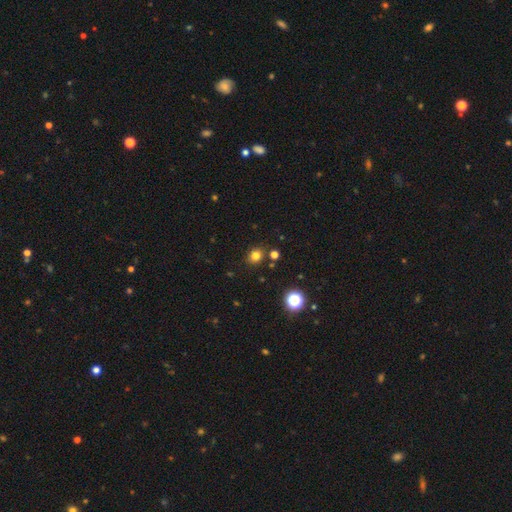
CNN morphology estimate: A smooth galaxy with no disk features (78%) that is round (75%).

Vote fractions:
- Smooth or featured? smooth: 78% / star or artifact: 17% / featured or disk: 6%
- How rounded? round: 75% / in between: 24% / cigar-shaped: 1%
- Merging? none: 86% / minor disturbance: 8% / merger: 4% / major disturbance: 2%